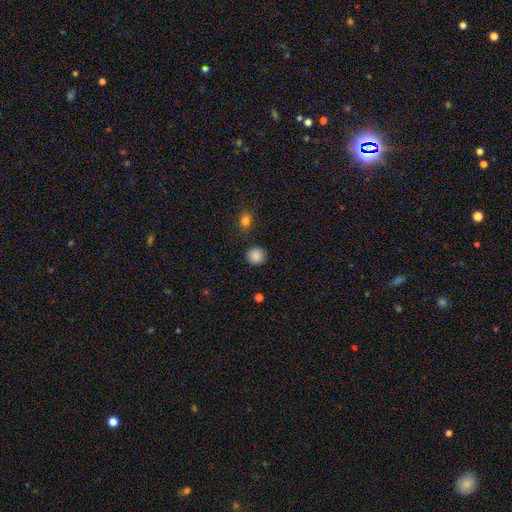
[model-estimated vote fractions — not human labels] Smooth or featured? Predicted: smooth (p=0.88). How rounded? Predicted: round (p=0.92). Merging? Predicted: none (p=0.90).